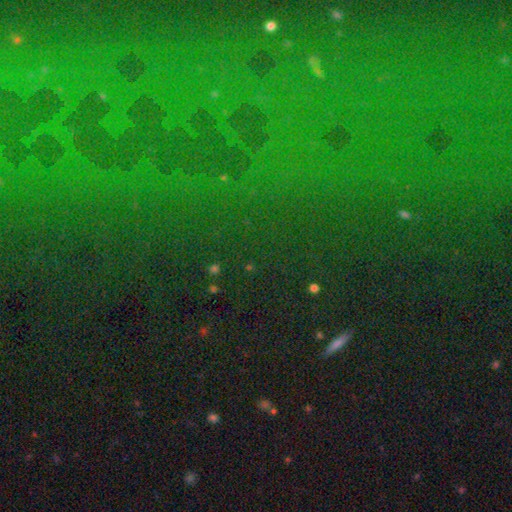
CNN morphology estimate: Overall: star or artifact (79%).